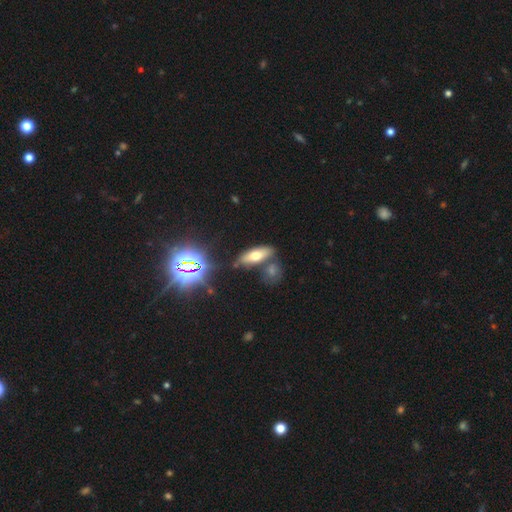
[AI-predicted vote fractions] Morphology: type=smooth (59%); roundness=in between (67%); merging=none (72%).